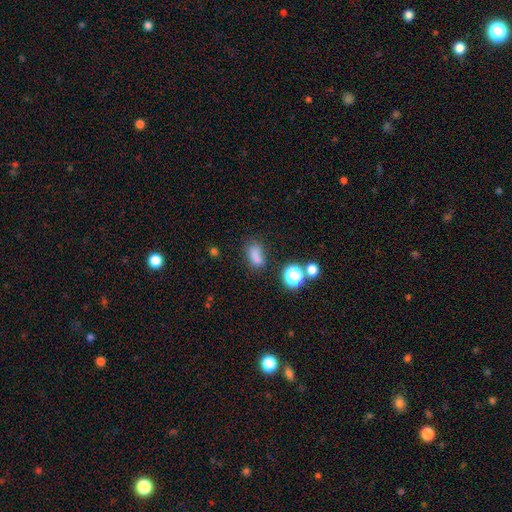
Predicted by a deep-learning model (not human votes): Overall: smooth (76%). How rounded: in between (75%). Merging: none (59%; minor disturbance 21%).